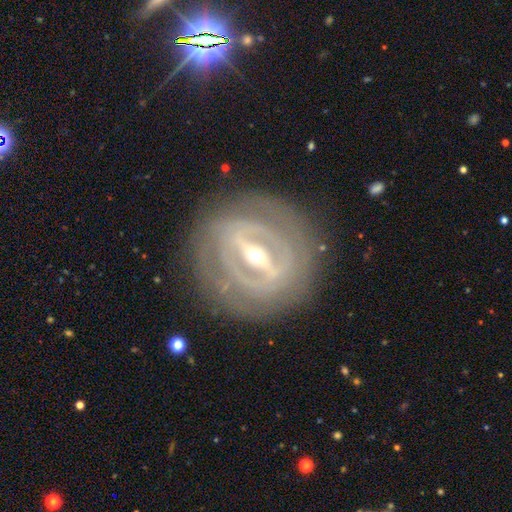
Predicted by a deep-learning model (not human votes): Smooth or featured? featured or disk (88%)
Edge-on disk? no (87%)
Bar? strong (77%)
Spiral arms? yes (67%)
Spiral winding? tight (81%)
Spiral arm count? can't tell (50%)
Bulge size? small (51%)
Merging? none (84%)